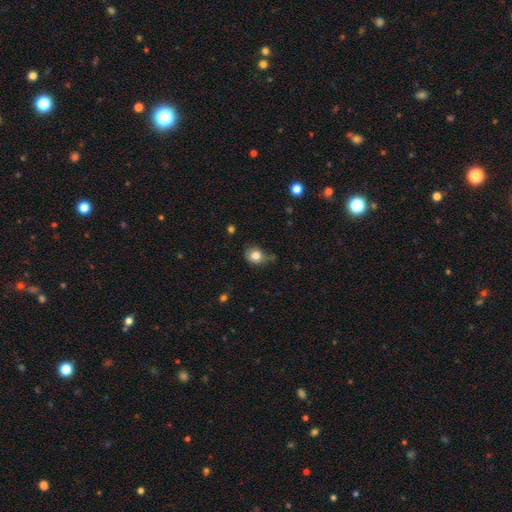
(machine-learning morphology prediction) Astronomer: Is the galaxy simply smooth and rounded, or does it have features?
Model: smooth — 79%.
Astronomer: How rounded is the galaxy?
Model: round — 68%.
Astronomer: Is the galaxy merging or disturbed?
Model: none — 50% (runner-up: minor disturbance, 34%).